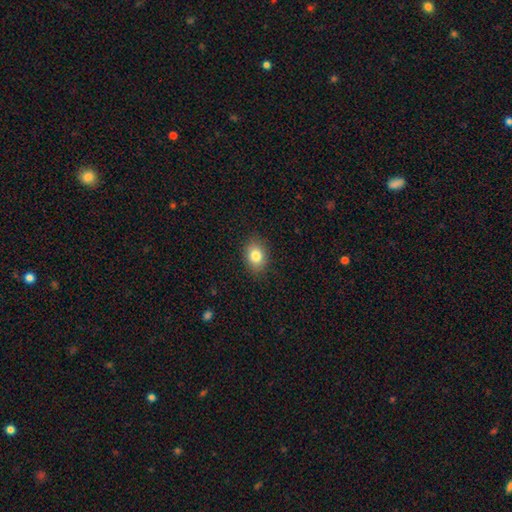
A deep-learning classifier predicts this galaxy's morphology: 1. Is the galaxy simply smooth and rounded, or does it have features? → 83% smooth, 9% star or artifact, 8% featured or disk.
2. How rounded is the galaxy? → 68% in between, 31% round, 1% cigar-shaped.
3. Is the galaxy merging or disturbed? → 86% none, 10% minor disturbance, 3% major disturbance, 1% merger.